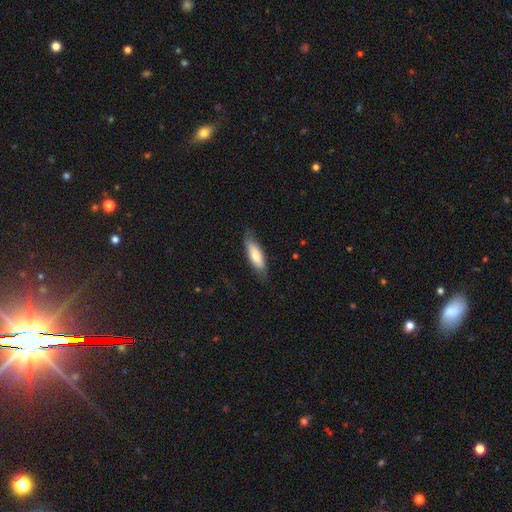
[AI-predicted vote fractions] Morphology: type=smooth (73%); roundness=in between (52%); merging=none (73%).